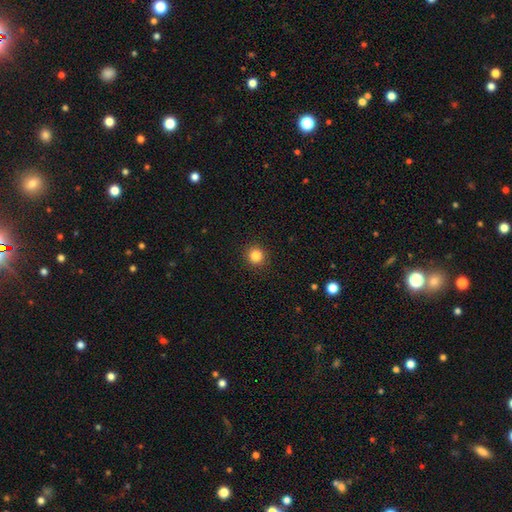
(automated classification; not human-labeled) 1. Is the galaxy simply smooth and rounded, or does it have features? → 83% smooth, 12% star or artifact, 5% featured or disk.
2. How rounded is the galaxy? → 93% round, 6% in between, 1% cigar-shaped.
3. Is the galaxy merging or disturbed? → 92% none, 5% minor disturbance, 2% major disturbance, 1% merger.